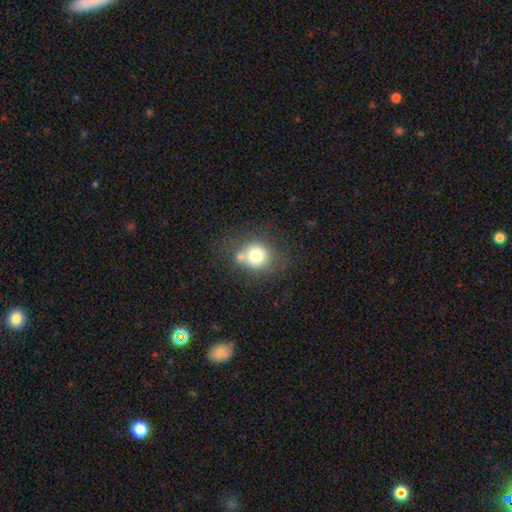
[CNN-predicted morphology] Smooth or featured: smooth — 73% (featured or disk — 16%)
How rounded: round — 78% (in between — 21%)
Merging: none — 50% (merger — 29%)